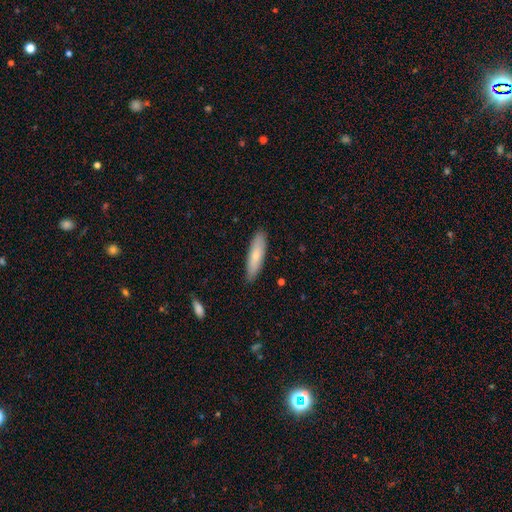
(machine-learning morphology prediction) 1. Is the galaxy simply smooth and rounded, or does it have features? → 72% smooth, 23% featured or disk, 6% star or artifact.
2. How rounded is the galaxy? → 71% cigar-shaped, 27% in between, 2% round.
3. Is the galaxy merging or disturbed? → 88% none, 9% minor disturbance, 2% major disturbance, 1% merger.